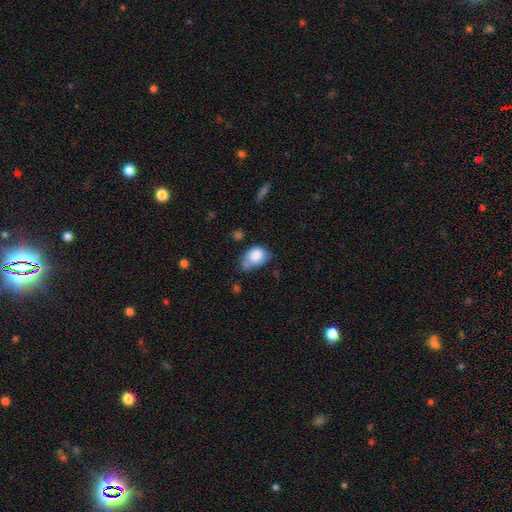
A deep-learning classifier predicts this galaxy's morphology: Overall: smooth (80%). How rounded: in between (71%). Merging: minor disturbance (38%; none 35%).